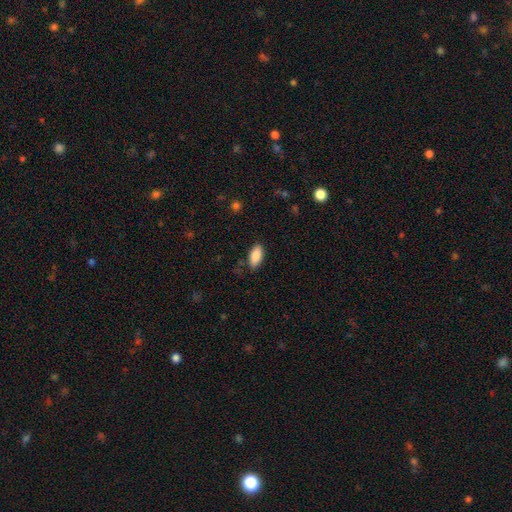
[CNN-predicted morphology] smooth_or_featured: smooth (p=0.87) [alt: featured or disk p=0.07]
how_rounded: in between (p=0.90) [alt: cigar-shaped p=0.08]
merging: none (p=0.85) [alt: minor disturbance p=0.11]